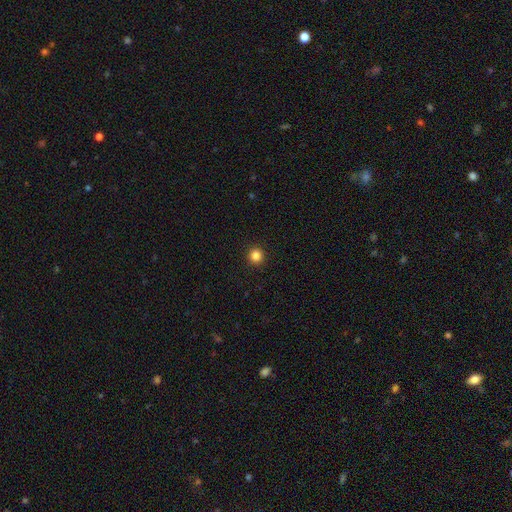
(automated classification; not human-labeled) A smooth galaxy with no disk features (85%) that is round (95%).

Vote fractions:
- Smooth or featured? smooth: 85% / star or artifact: 12% / featured or disk: 3%
- How rounded? round: 95% / in between: 4% / cigar-shaped: 1%
- Merging? none: 93% / minor disturbance: 4% / major disturbance: 2% / merger: 1%